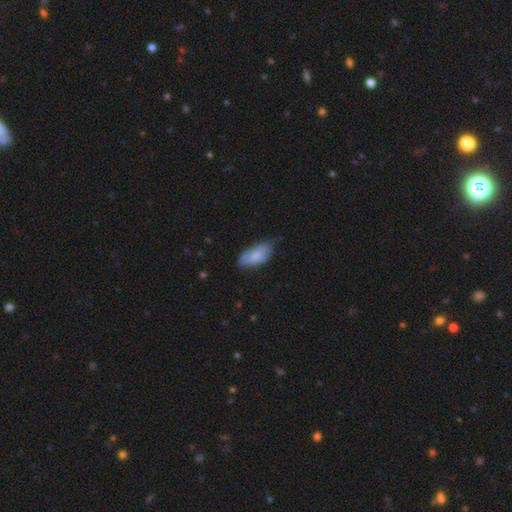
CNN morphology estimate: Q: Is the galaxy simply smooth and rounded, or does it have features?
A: smooth — 78%.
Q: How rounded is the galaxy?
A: in between — 91%.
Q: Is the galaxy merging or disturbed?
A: none — 58%.